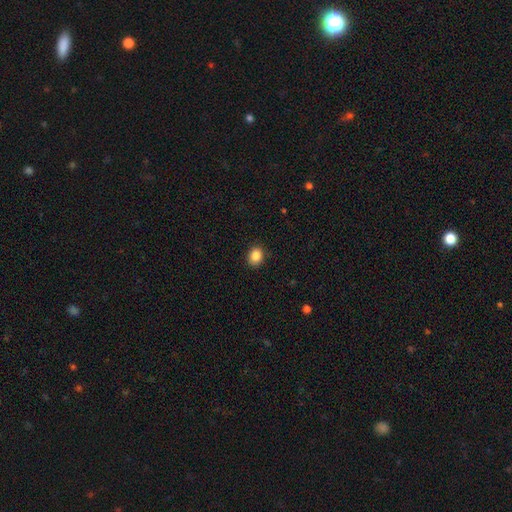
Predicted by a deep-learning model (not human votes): Q: Smooth or featured?
A: smooth (87%); runner-up: star or artifact (9%)
Q: How rounded?
A: round (52%); runner-up: in between (47%)
Q: Merging?
A: none (89%); runner-up: minor disturbance (8%)